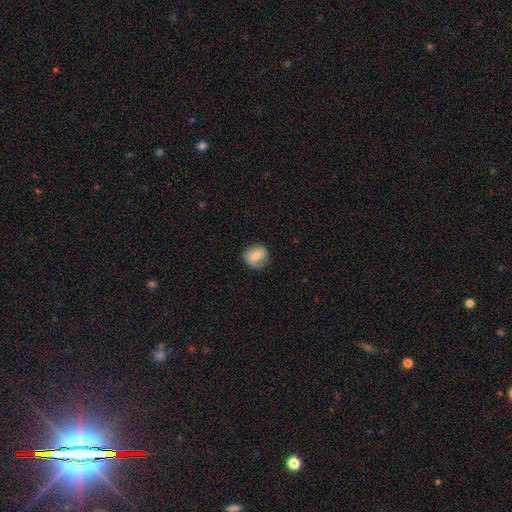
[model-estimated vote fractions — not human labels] Smooth or featured? Predicted: smooth (p=0.72). How rounded? Predicted: round (p=0.70). Merging? Predicted: none (p=0.77).